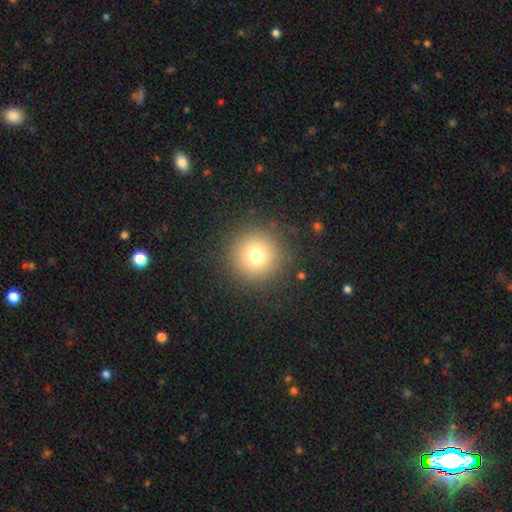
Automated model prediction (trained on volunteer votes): Smooth or featured? Predicted: smooth (p=0.73). How rounded? Predicted: round (p=0.96). Merging? Predicted: none (p=0.89).